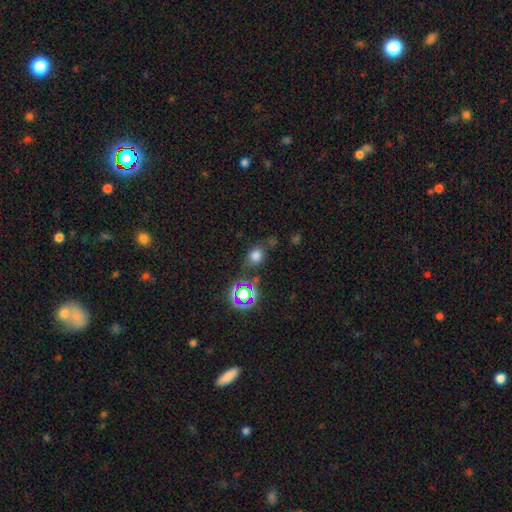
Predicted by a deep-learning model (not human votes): Smooth or featured? smooth (67%)
How rounded? round (56%)
Merging? none (66%)